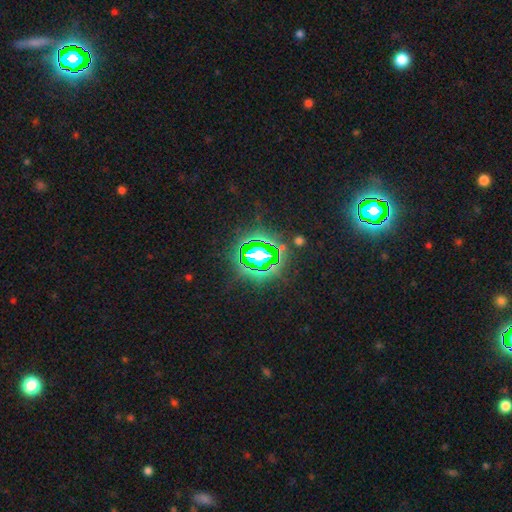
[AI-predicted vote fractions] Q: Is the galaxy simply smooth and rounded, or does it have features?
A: star or artifact — 79%.